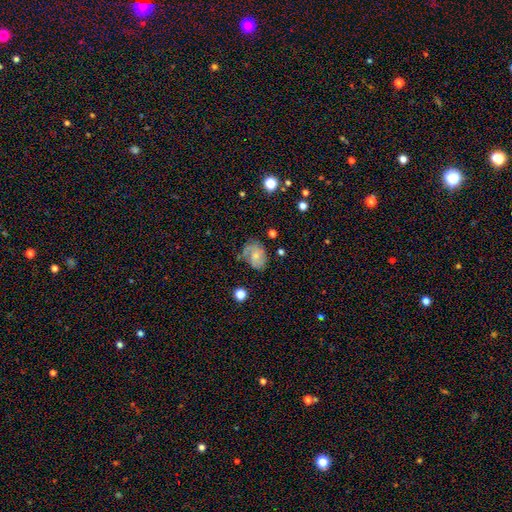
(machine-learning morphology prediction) Q: Smooth or featured?
A: featured or disk (56%); runner-up: smooth (35%)
Q: Edge-on disk?
A: no (97%); runner-up: yes (3%)
Q: Bar?
A: no (72%); runner-up: weak (24%)
Q: Spiral arms?
A: yes (81%); runner-up: no (19%)
Q: Bulge size?
A: small (59%); runner-up: moderate (31%)
Q: Merging?
A: none (50%); runner-up: minor disturbance (28%)